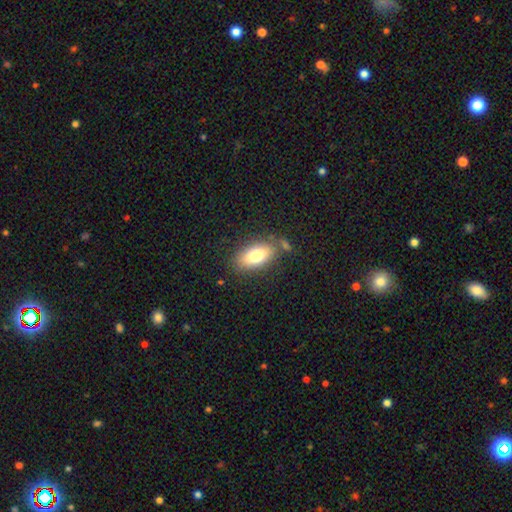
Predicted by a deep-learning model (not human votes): Morphology: type=smooth (76%); roundness=in between (88%); merging=none (75%).